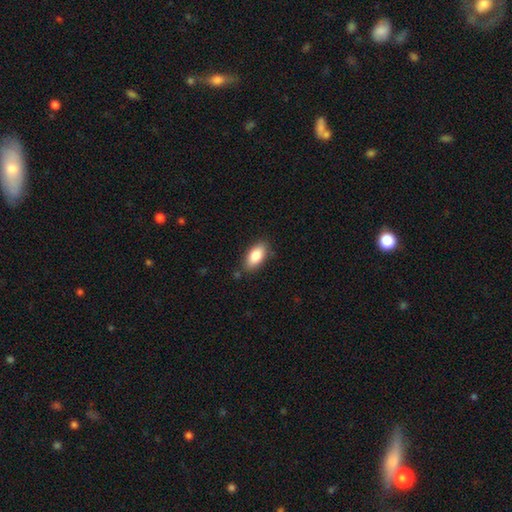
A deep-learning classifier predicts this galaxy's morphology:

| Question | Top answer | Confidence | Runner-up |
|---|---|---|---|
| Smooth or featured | smooth | 84% | featured or disk (9%) |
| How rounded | in between | 91% | cigar-shaped (6%) |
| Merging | none | 83% | minor disturbance (12%) |